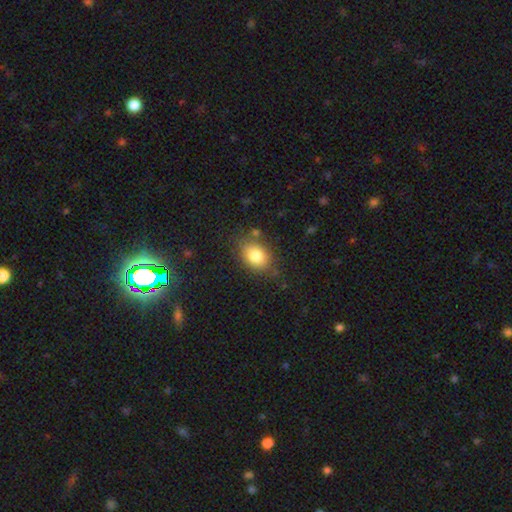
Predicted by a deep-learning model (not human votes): Smooth or featured: smooth — 82% (featured or disk — 9%)
How rounded: in between — 72% (round — 27%)
Merging: none — 77% (minor disturbance — 16%)